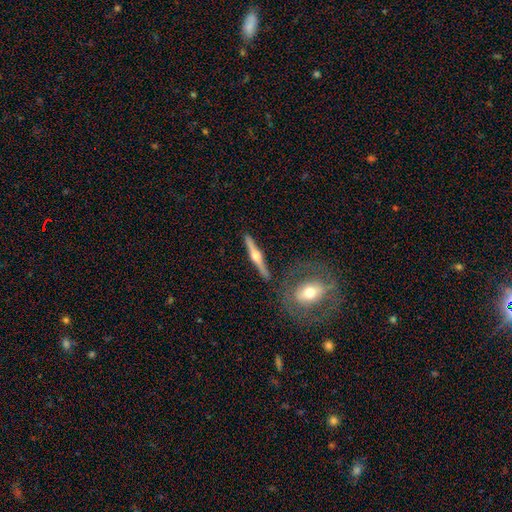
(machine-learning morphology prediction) A featured or disk galaxy (78%) viewed edge-on (97%) with a rounded central bulge (95%).

Vote fractions:
- Smooth or featured? featured or disk: 78% / smooth: 18% / star or artifact: 5%
- Edge-on disk? yes: 97% / no: 3%
- Edge-on bulge? rounded: 95% / boxy: 2% / none: 2%
- Merging? none: 85% / minor disturbance: 8% / merger: 5% / major disturbance: 3%